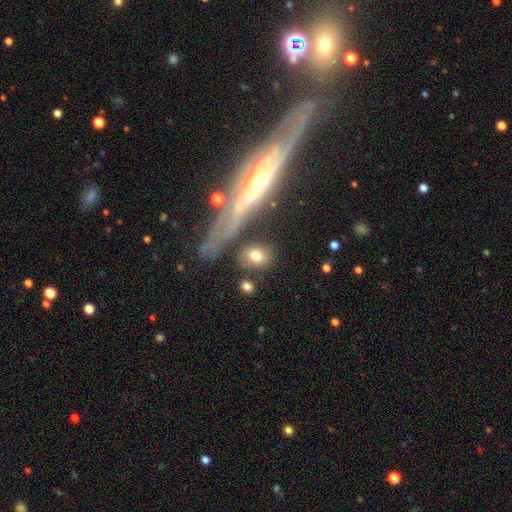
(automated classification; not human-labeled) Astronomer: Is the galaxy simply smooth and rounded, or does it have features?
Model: smooth — 75%.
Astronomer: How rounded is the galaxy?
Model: round — 52% (runner-up: in between, 44%).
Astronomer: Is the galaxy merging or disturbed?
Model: none — 73%.